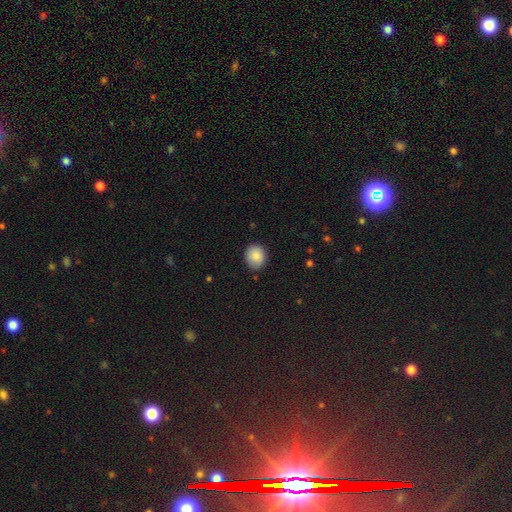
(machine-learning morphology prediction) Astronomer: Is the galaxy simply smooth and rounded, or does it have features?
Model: smooth — 87%.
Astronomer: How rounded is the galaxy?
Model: round — 71%.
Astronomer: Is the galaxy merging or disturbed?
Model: none — 85%.